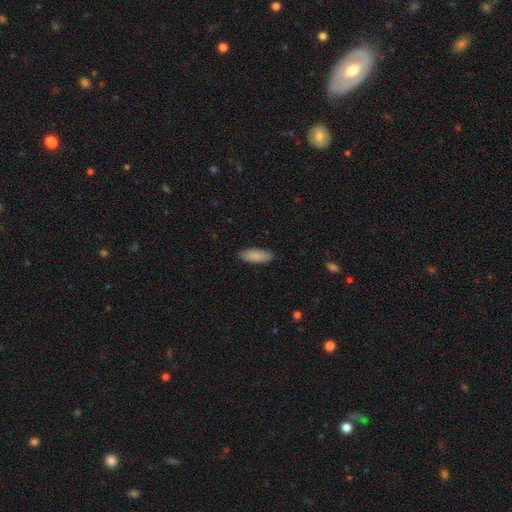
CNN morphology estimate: Smooth or featured: smooth — 87% (featured or disk — 7%)
How rounded: in between — 67% (cigar-shaped — 32%)
Merging: none — 88% (minor disturbance — 9%)